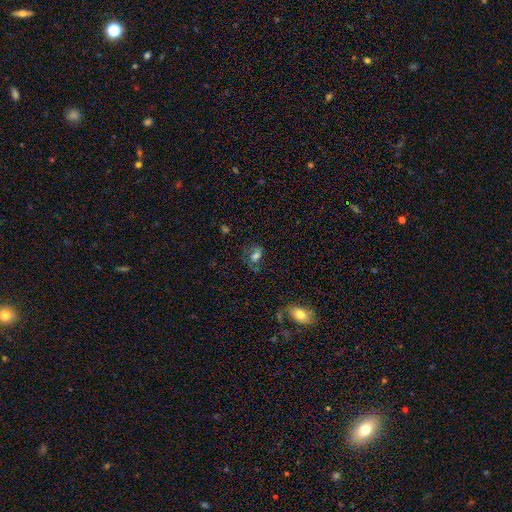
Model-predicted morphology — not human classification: A smooth galaxy with no disk features (55%) that is in between round and cigar-shaped (74%). Merging: none (55%).